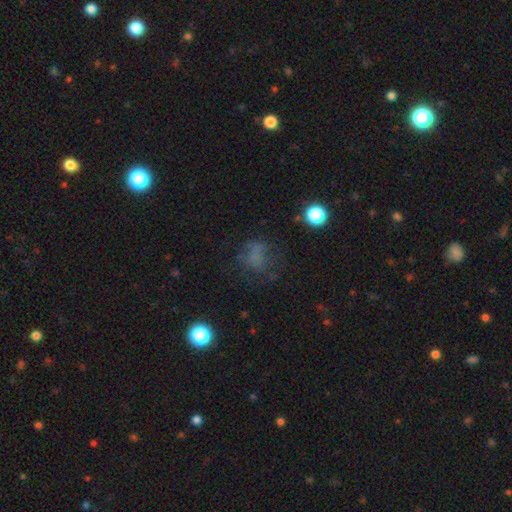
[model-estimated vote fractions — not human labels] Morphology: type=smooth (53%); roundness=round (64%); merging=none (54%).